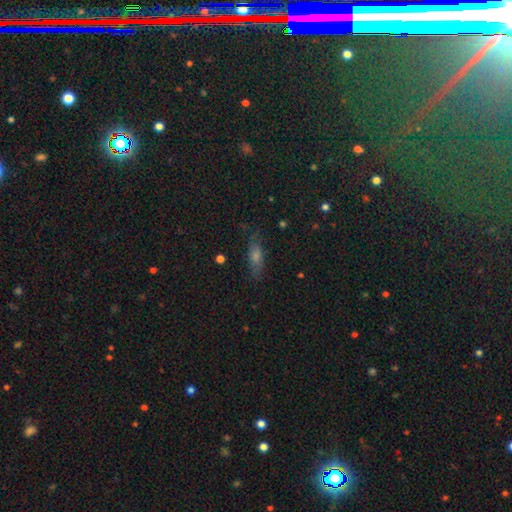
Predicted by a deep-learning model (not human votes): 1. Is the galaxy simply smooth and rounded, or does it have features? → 49% smooth, 30% featured or disk, 21% star or artifact.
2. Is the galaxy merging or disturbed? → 79% none, 15% minor disturbance, 4% major disturbance, 2% merger.